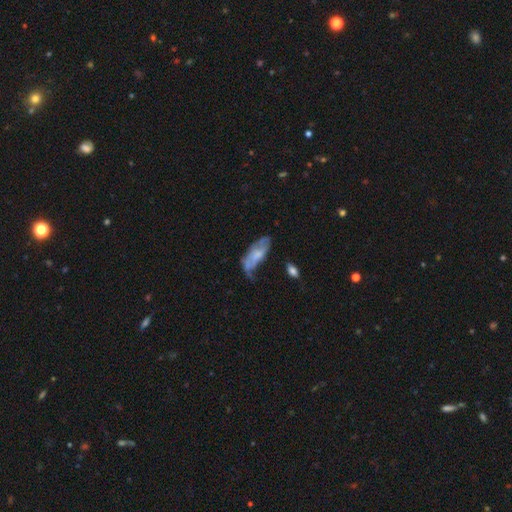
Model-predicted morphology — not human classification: A featured or disk galaxy (46%, tied with smooth). Merging: minor disturbance (33%).